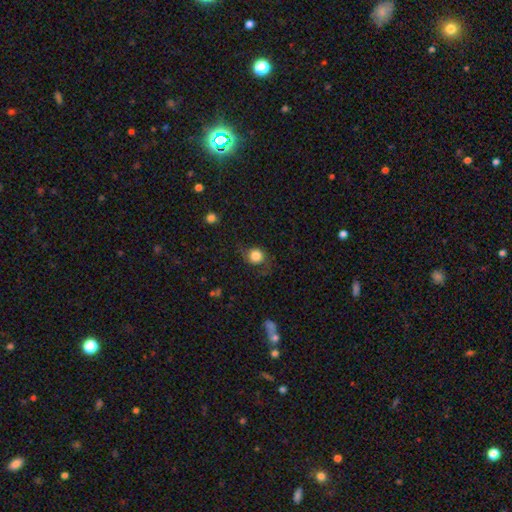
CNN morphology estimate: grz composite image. It shows a smooth galaxy with no disk features (73%) that is round (83%). Merging: none (63%).